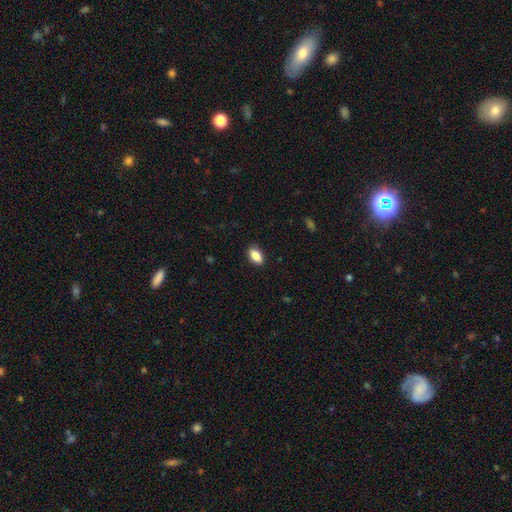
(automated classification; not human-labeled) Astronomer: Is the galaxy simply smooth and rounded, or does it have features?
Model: smooth — 87%.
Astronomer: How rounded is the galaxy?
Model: in between — 90%.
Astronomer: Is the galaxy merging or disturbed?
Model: none — 87%.